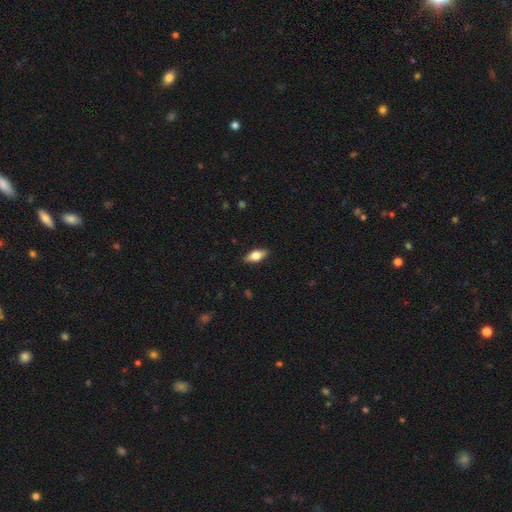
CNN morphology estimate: Overall: smooth (62%; featured or disk 31%). How rounded: in between (78%). Merging: none (88%).